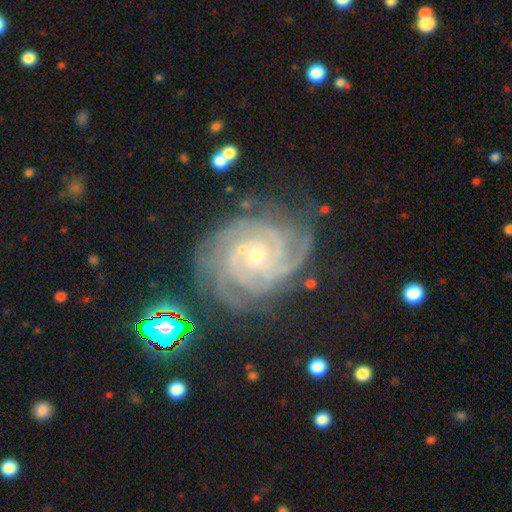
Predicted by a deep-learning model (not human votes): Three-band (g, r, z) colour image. It shows a featured or disk galaxy (89%) with no bar (69%), 4 (24%) tight (76%) spiral arms (98%) and a small central bulge (58%). Merging: none (71%).